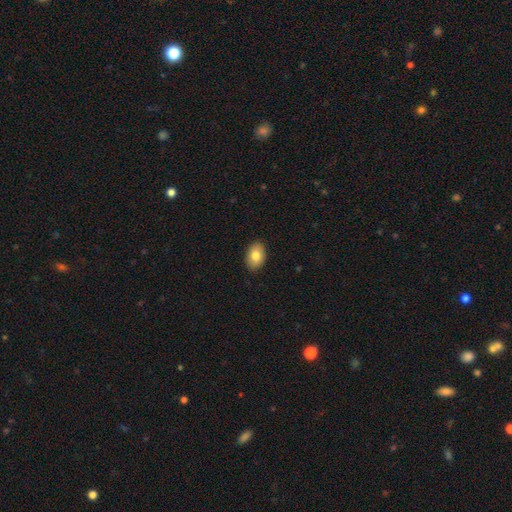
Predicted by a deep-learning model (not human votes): Smooth or featured: smooth — 82% (featured or disk — 11%)
How rounded: in between — 86% (round — 13%)
Merging: none — 89% (minor disturbance — 8%)